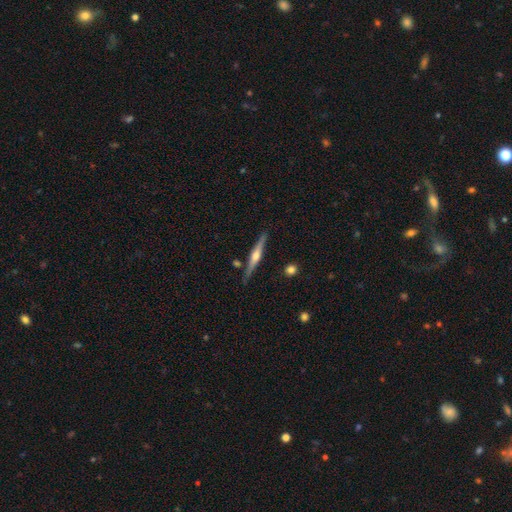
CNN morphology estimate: This appears to be a featured or disk galaxy (73%) viewed edge-on (98%) with a rounded central bulge (88%). Merging: none (86%).